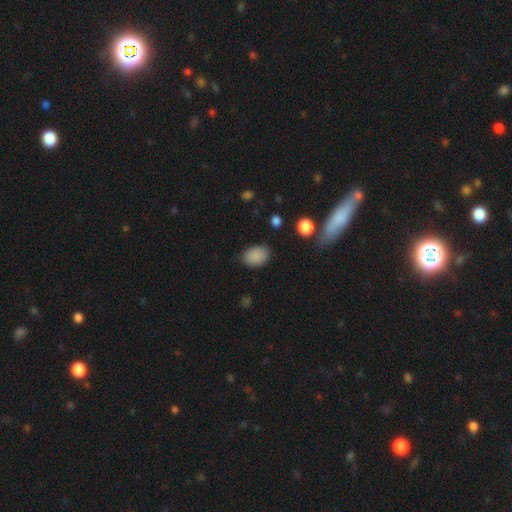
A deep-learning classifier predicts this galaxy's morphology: type=smooth (88%); roundness=in between (84%); merging=none (84%).